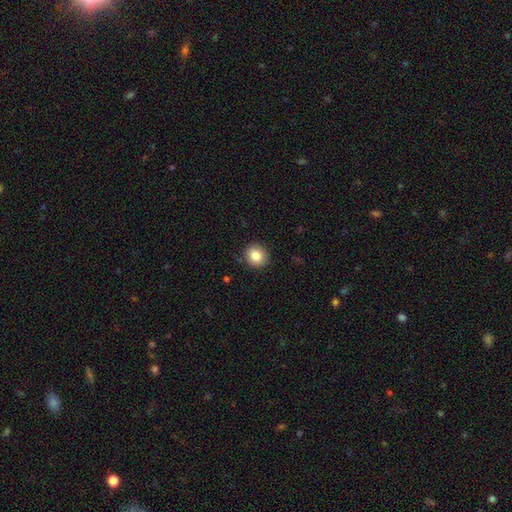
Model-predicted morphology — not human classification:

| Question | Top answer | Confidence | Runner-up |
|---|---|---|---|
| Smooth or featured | smooth | 85% | star or artifact (10%) |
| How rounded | round | 85% | in between (14%) |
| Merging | none | 89% | minor disturbance (8%) |